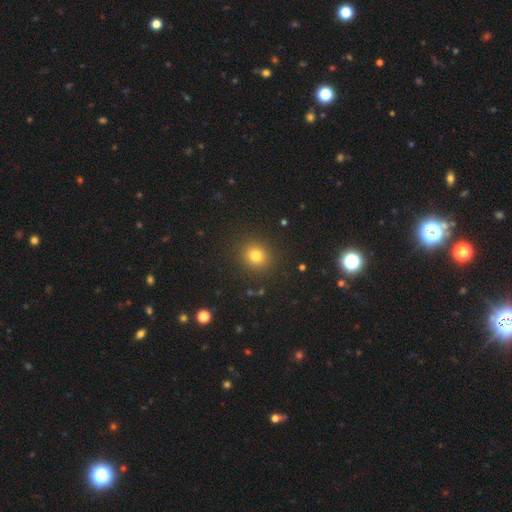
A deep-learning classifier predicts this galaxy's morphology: Smooth or featured: smooth — 79% (star or artifact — 15%)
How rounded: round — 87% (in between — 12%)
Merging: none — 90% (minor disturbance — 6%)